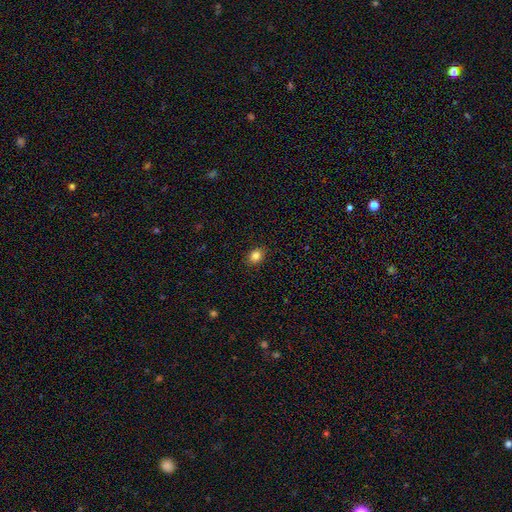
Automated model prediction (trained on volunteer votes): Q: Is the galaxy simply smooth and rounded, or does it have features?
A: smooth — 84%.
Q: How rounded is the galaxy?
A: in between — 52%.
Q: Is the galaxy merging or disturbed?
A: none — 90%.